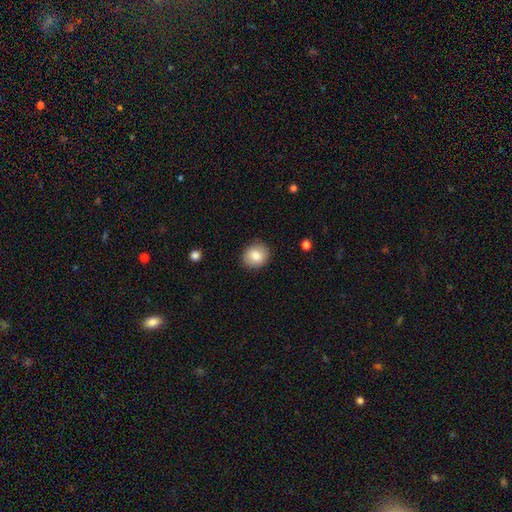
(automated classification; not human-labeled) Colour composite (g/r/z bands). It shows a smooth galaxy with no disk features (83%) that is round (74%). Merging: none (87%).